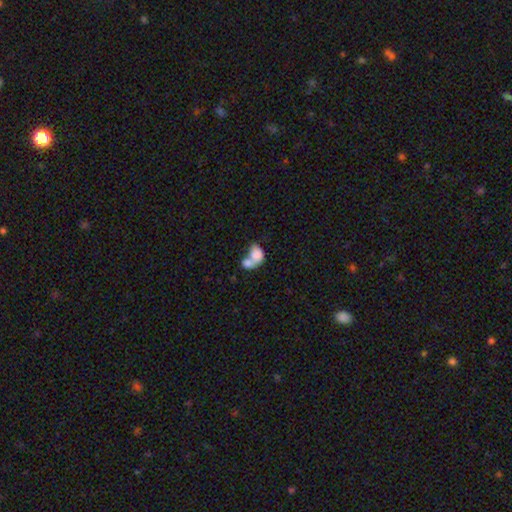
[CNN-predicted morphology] A smooth galaxy with no disk features (78%) that is in between round and cigar-shaped (72%).

Vote fractions:
- Smooth or featured? smooth: 78% / featured or disk: 15% / star or artifact: 8%
- How rounded? in between: 72% / round: 27% / cigar-shaped: 1%
- Merging? merger: 75% / none: 13% / major disturbance: 6% / minor disturbance: 6%